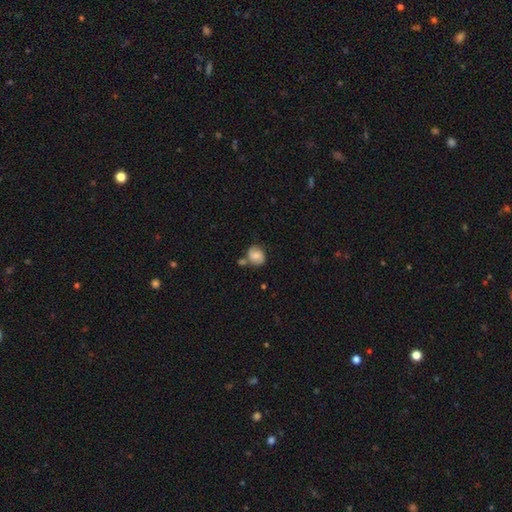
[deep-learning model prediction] Overall: smooth (60%; featured or disk 31%). How rounded: round (57%; in between 42%). Merging: none (54%; merger 20%).